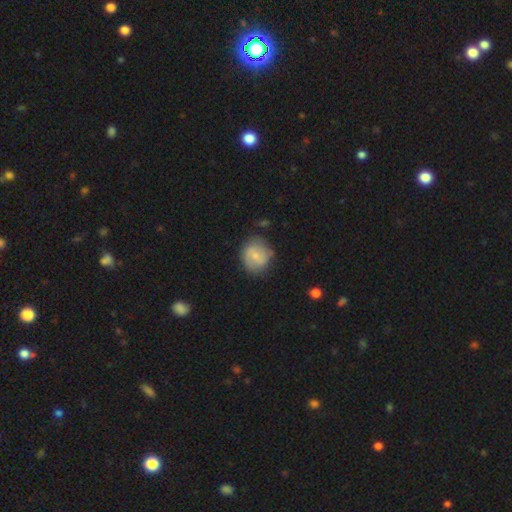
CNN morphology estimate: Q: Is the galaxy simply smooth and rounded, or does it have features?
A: smooth — 59%.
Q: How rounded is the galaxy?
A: round — 81%.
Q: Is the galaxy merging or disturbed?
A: none — 72%.